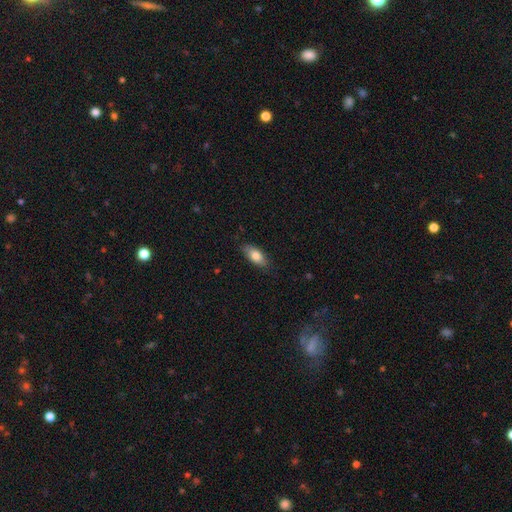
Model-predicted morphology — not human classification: The model was most divided on "smooth or featured": smooth: 78%, featured or disk: 15%, star or artifact: 7%. More confident: how rounded — in between (83%); merging — none (83%).